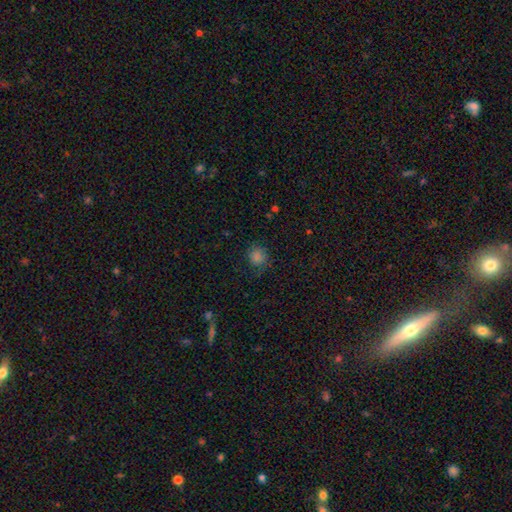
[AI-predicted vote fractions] Smooth or featured?
  - smooth: 73% *
  - star or artifact: 20%
  - featured or disk: 8%
How rounded?
  - round: 89% *
  - in between: 10%
  - cigar-shaped: 1%
Merging?
  - none: 78% *
  - minor disturbance: 14%
  - major disturbance: 6%
  - merger: 2%